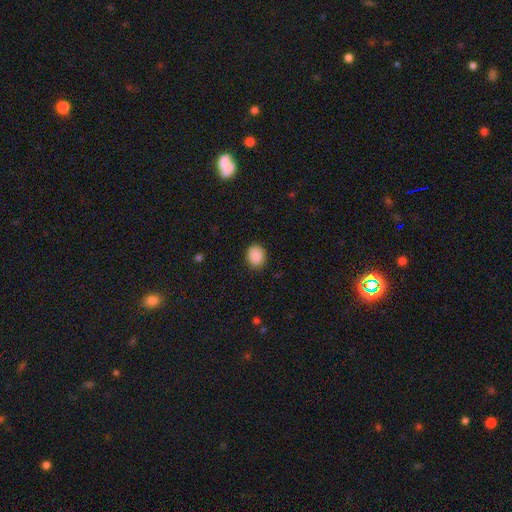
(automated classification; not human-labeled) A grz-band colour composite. It shows a smooth galaxy with no disk features (90%) that is round (59%). Merging: none (88%).